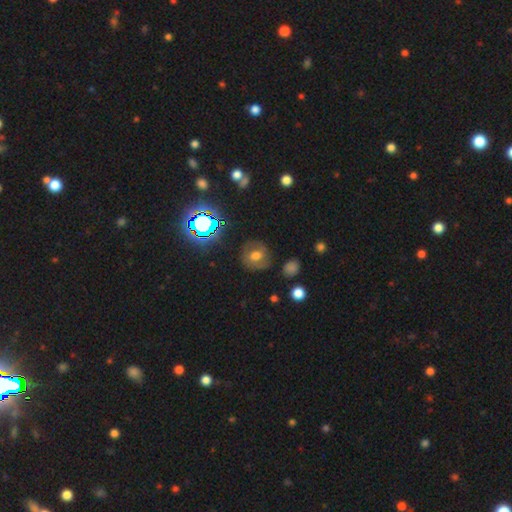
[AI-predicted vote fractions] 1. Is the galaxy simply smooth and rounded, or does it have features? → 42% featured or disk, 38% smooth, 20% star or artifact.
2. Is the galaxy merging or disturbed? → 76% none, 15% minor disturbance, 7% major disturbance, 2% merger.